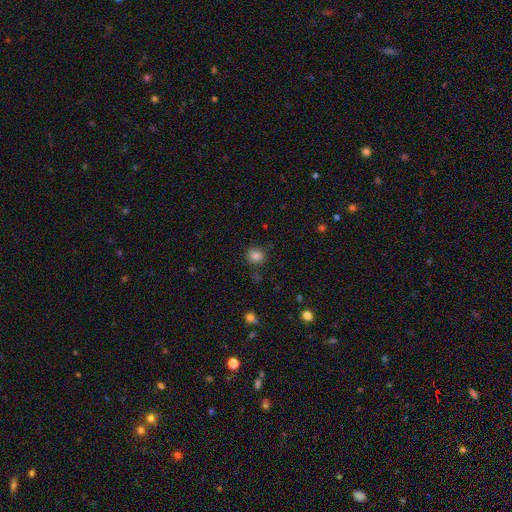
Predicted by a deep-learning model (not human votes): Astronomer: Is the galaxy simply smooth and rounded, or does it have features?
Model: smooth — 84%.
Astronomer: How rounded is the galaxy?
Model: round — 77%.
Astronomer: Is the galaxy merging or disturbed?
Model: none — 82%.